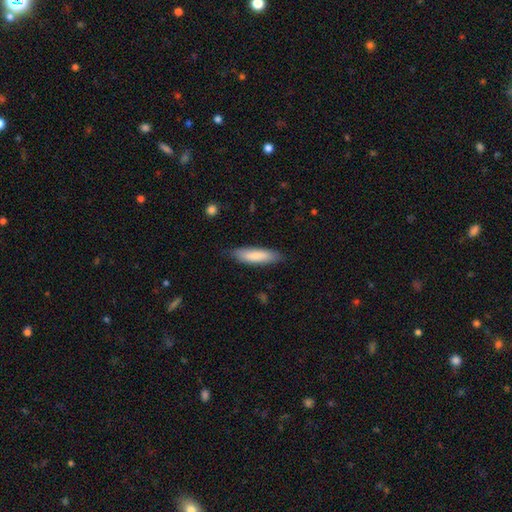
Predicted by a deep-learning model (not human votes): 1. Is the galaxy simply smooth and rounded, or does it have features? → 83% smooth, 11% featured or disk, 5% star or artifact.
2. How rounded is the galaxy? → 62% cigar-shaped, 37% in between, 1% round.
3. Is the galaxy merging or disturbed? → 82% none, 15% minor disturbance, 3% major disturbance, 1% merger.